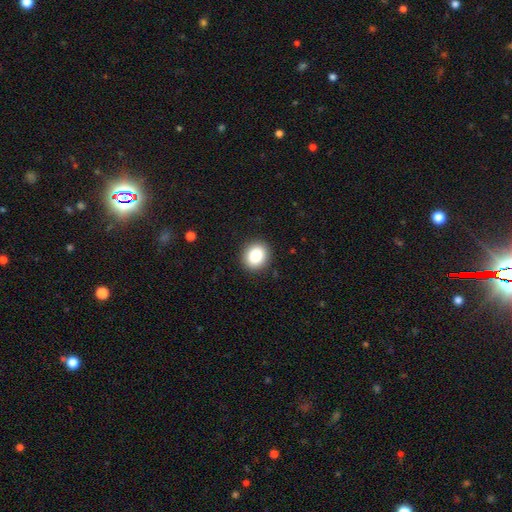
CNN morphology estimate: A smooth galaxy with no disk features (86%) that is round (69%).

Vote fractions:
- Smooth or featured? smooth: 86% / star or artifact: 9% / featured or disk: 5%
- How rounded? round: 69% / in between: 30% / cigar-shaped: 1%
- Merging? none: 90% / minor disturbance: 7% / major disturbance: 2% / merger: 1%